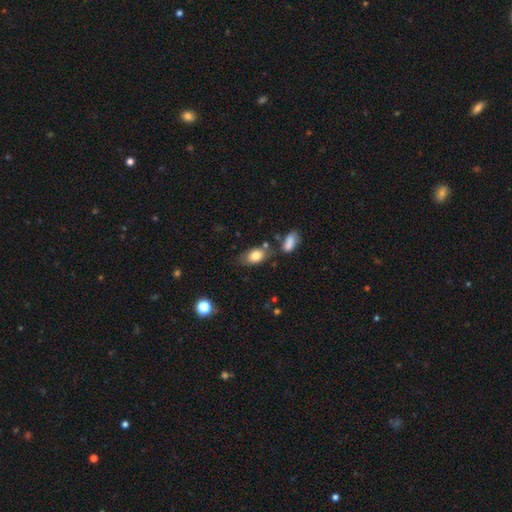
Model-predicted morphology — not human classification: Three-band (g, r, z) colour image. It shows a smooth galaxy with no disk features (82%) that is in between round and cigar-shaped (88%). Merging: none (60%).